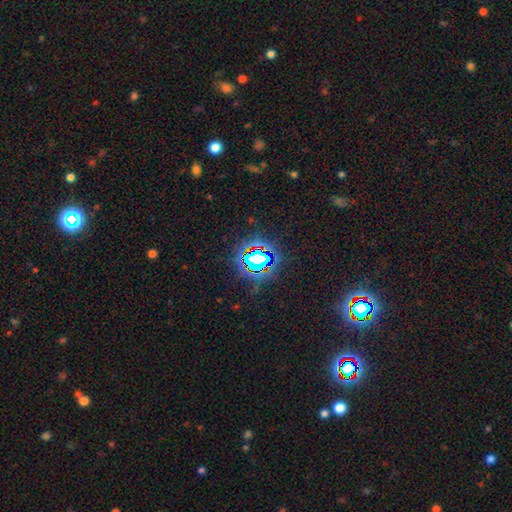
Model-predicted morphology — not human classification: The model was most divided on "smooth or featured": star or artifact: 82%, smooth: 11%, featured or disk: 7%.